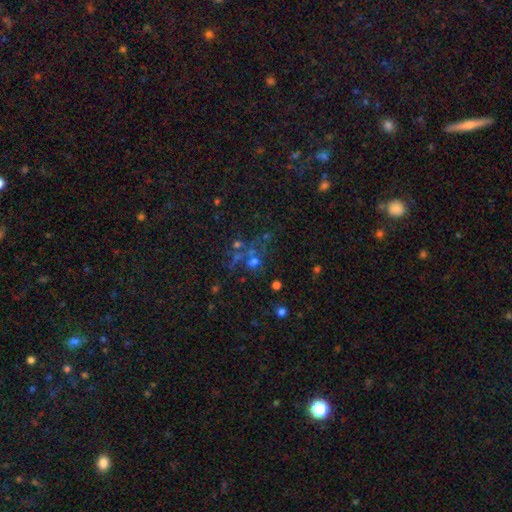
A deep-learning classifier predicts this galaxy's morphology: The model was most divided on "smooth or featured": star or artifact: 57%, smooth: 28%, featured or disk: 16%.